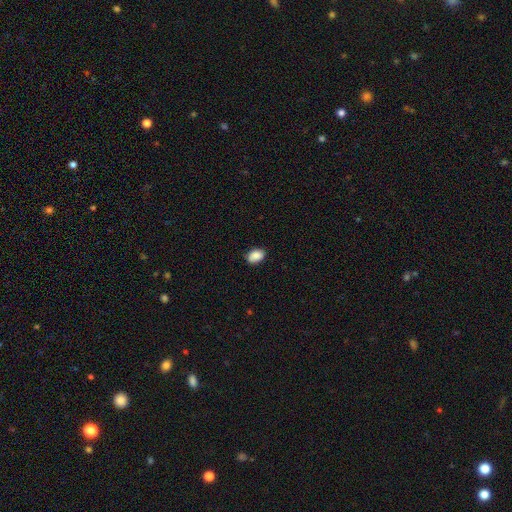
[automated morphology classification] The model was most divided on "how rounded": in between: 82%, round: 16%, cigar-shaped: 1%. More confident: smooth or featured — smooth (88%); merging — none (82%).